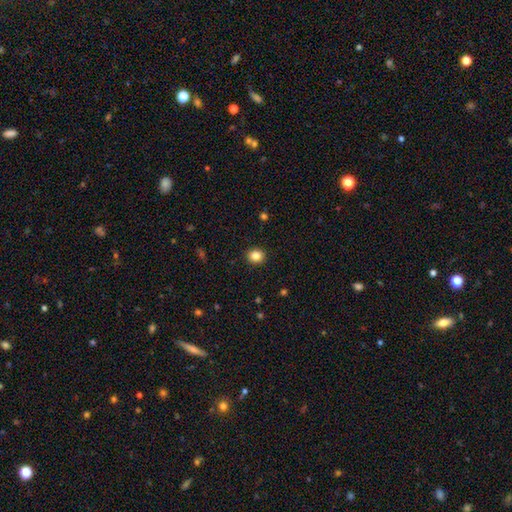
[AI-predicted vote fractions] smooth_or_featured: smooth (p=0.84) [alt: star or artifact p=0.11]
how_rounded: round (p=0.79) [alt: in between p=0.21]
merging: none (p=0.92) [alt: minor disturbance p=0.06]